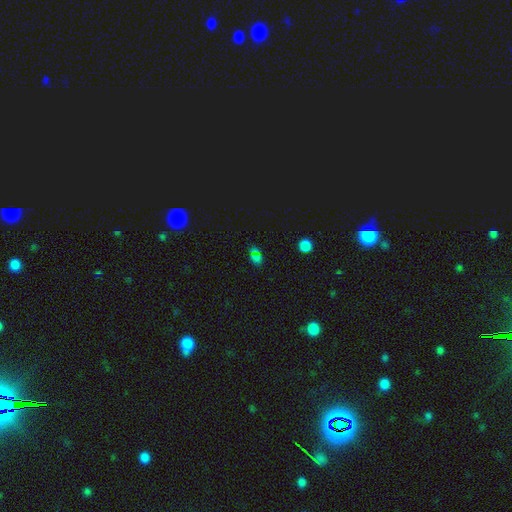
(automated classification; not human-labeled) Q: Smooth or featured?
A: smooth (49%); runner-up: star or artifact (43%)
Q: Merging?
A: none (75%); runner-up: minor disturbance (12%)